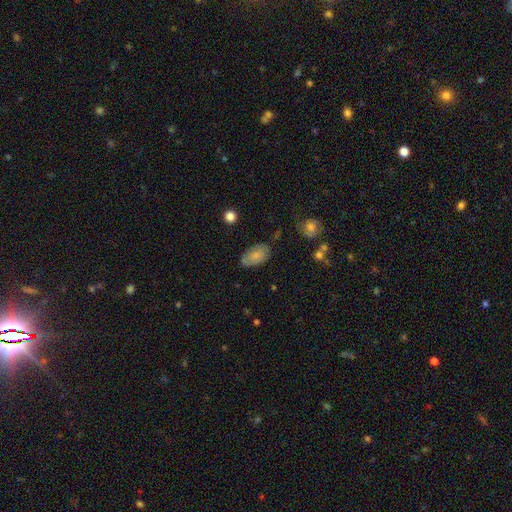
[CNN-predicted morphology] Smooth or featured? smooth (77%)
How rounded? in between (94%)
Merging? none (71%)